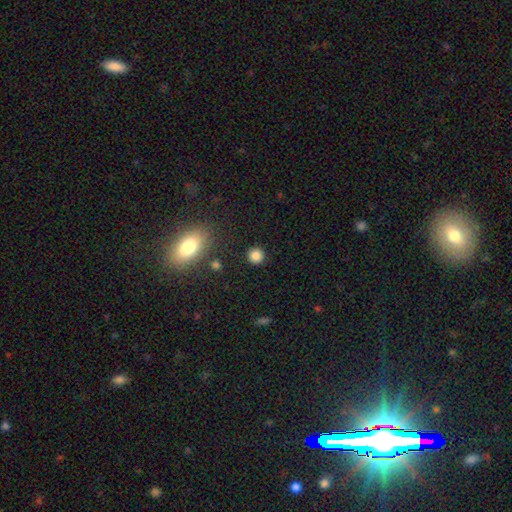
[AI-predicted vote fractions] Smooth or featured? Predicted: smooth (p=0.84). How rounded? Predicted: round (p=0.92). Merging? Predicted: none (p=0.89).